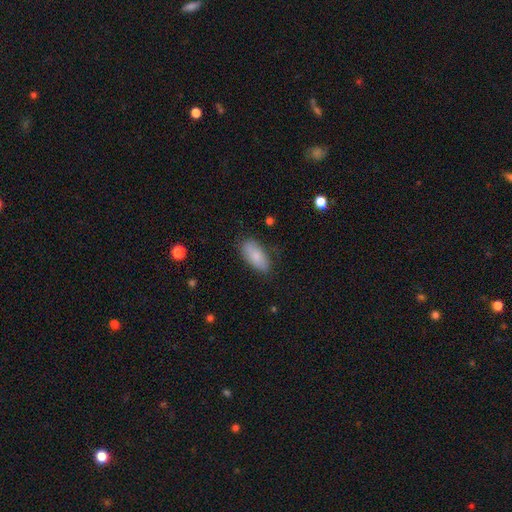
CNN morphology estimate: Smooth or featured? smooth (84%)
How rounded? in between (89%)
Merging? none (79%)